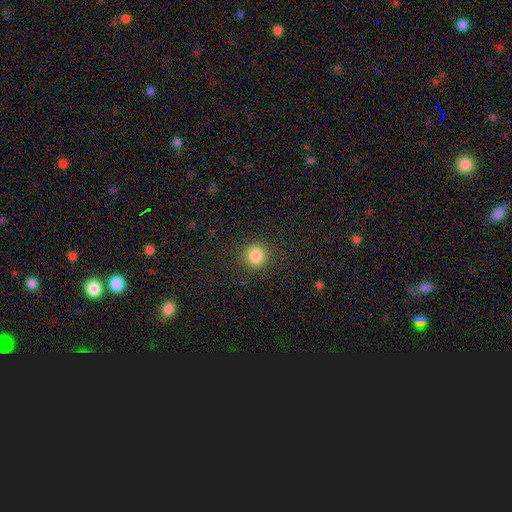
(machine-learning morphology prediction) Q: Smooth or featured?
A: smooth (84%); runner-up: star or artifact (11%)
Q: How rounded?
A: round (92%); runner-up: in between (7%)
Q: Merging?
A: none (89%); runner-up: minor disturbance (7%)